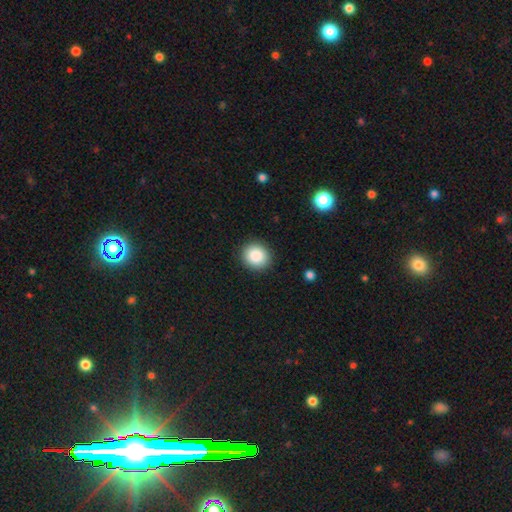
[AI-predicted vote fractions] A smooth galaxy with no disk features (87%) that is round (87%).

Vote fractions:
- Smooth or featured? smooth: 87% / star or artifact: 9% / featured or disk: 4%
- How rounded? round: 87% / in between: 12% / cigar-shaped: 1%
- Merging? none: 90% / minor disturbance: 6% / major disturbance: 2% / merger: 1%